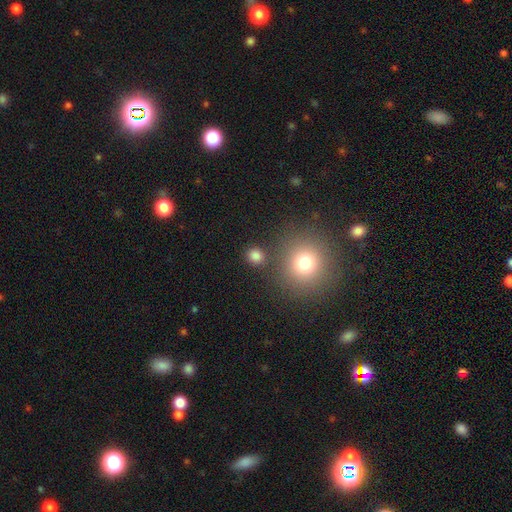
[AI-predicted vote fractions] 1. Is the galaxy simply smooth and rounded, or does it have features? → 82% smooth, 14% star or artifact, 4% featured or disk.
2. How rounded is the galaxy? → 87% round, 12% in between, 1% cigar-shaped.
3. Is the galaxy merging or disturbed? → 83% none, 7% merger, 7% minor disturbance, 3% major disturbance.